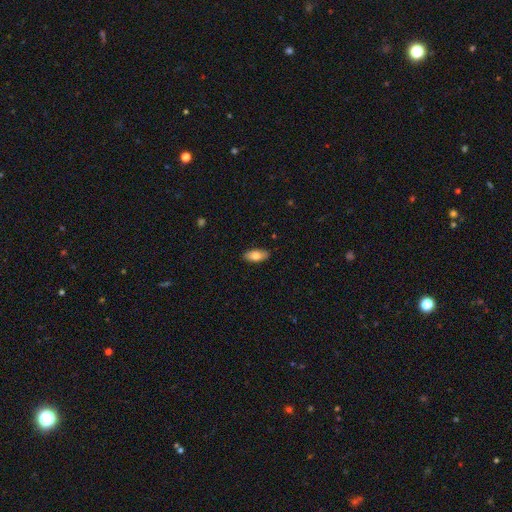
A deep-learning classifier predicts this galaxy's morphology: Smooth or featured? smooth (80%)
How rounded? in between (88%)
Merging? none (88%)